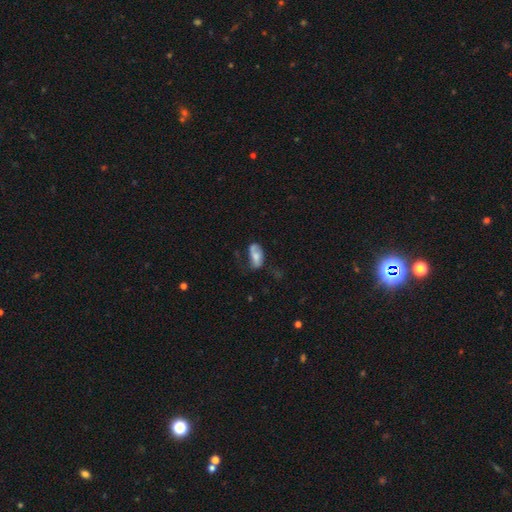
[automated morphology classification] This is possibly a smooth galaxy (57%). How rounded: clearly in between (89%). Merging: marginally none (38%).